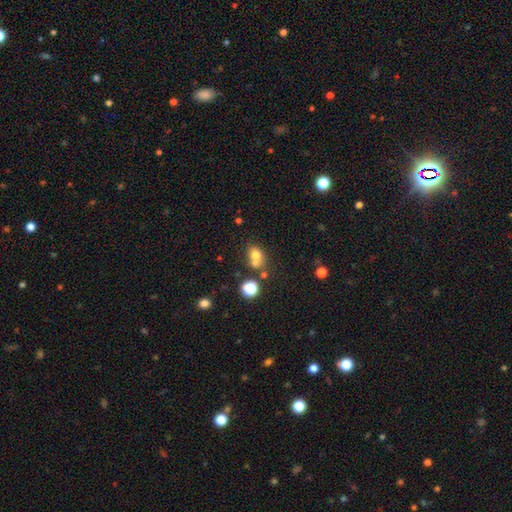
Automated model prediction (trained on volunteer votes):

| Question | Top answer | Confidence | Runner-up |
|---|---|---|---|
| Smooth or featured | smooth | 72% | star or artifact (15%) |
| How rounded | round | 51% | in between (47%) |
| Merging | none | 43% | merger (40%) |